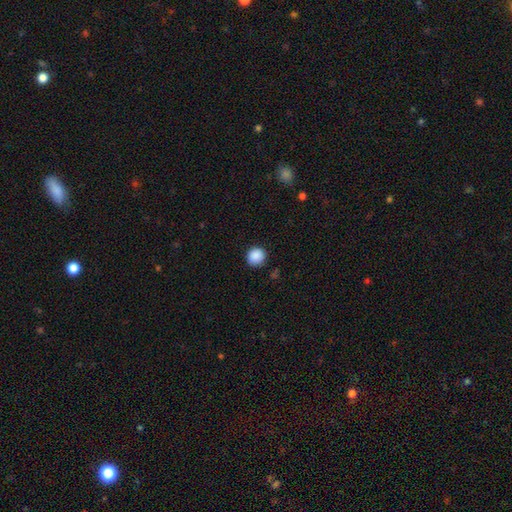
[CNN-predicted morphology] Q: Smooth or featured?
A: smooth (89%); runner-up: star or artifact (9%)
Q: How rounded?
A: round (91%); runner-up: in between (9%)
Q: Merging?
A: none (89%); runner-up: minor disturbance (7%)